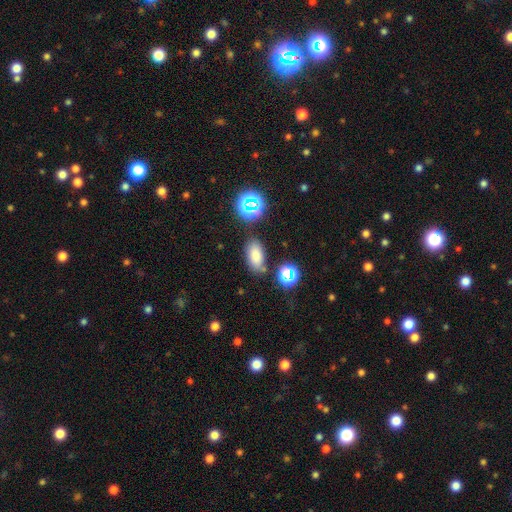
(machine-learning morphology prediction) Smooth or featured? smooth (75%)
How rounded? in between (88%)
Merging? none (75%)